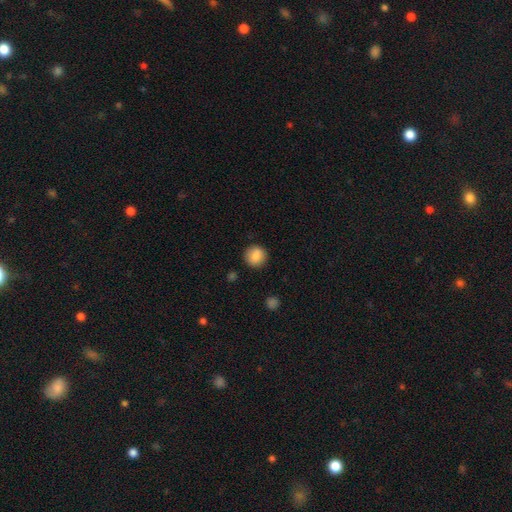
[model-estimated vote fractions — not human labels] Smooth or featured? smooth (86%)
How rounded? round (91%)
Merging? none (89%)